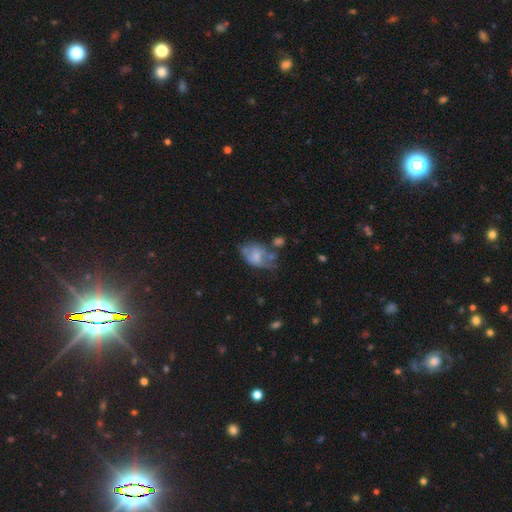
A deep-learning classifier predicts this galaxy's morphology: The model was most divided on "merging": minor disturbance: 31%, none: 29%, major disturbance: 24%, merger: 16%. More confident: how rounded — in between (82%); smooth or featured — smooth (53%).